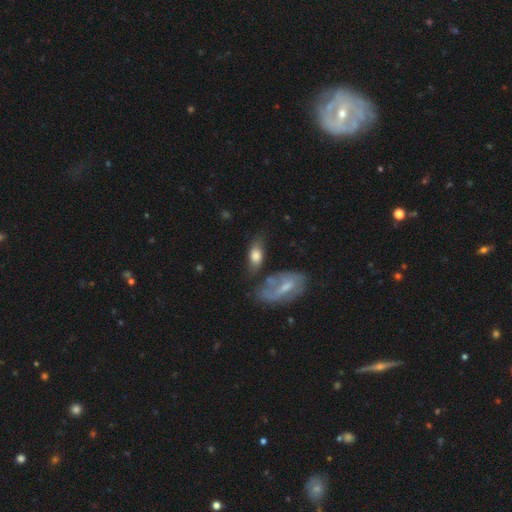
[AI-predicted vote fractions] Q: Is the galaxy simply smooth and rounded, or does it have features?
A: smooth — 68%.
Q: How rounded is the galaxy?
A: in between — 83%.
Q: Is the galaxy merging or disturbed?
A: none — 50%.